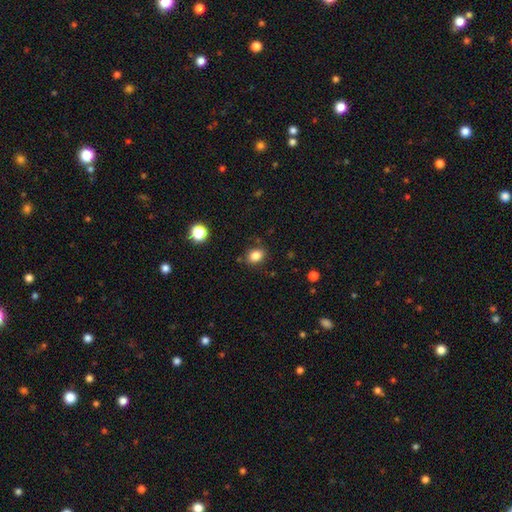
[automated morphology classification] Overall: smooth (83%). How rounded: in between (64%; round 35%). Merging: none (84%).